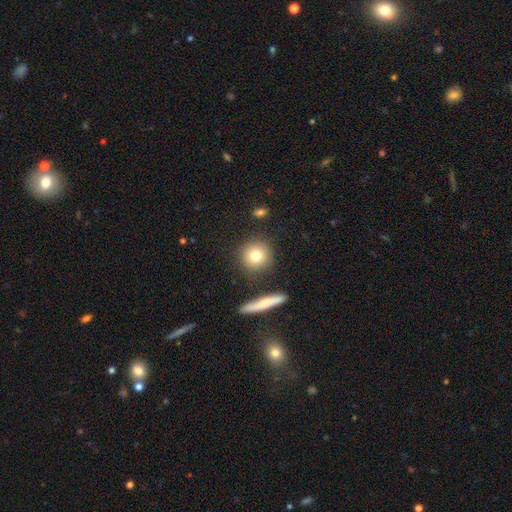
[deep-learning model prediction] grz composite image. It shows a smooth galaxy with no disk features (78%) that is round (89%). Merging: none (84%).